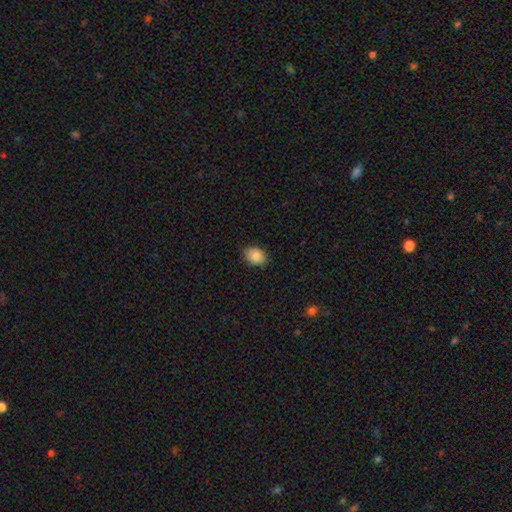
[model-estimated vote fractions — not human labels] smooth 88%, star or artifact 8%, featured or disk 5%. Down the decision tree: how rounded — in between (68%); merging — none (86%).